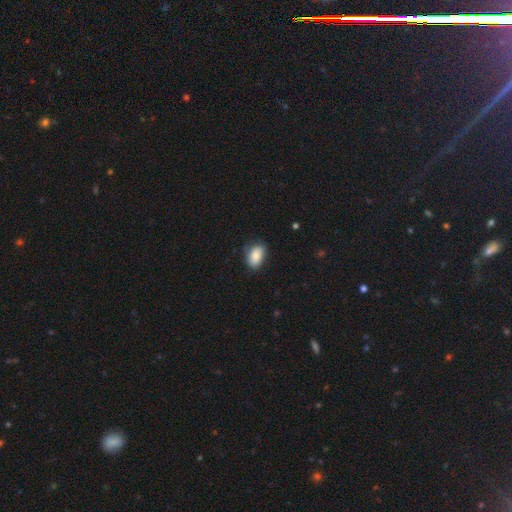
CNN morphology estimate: A smooth galaxy with no disk features (83%) that is in between round and cigar-shaped (89%). Merging: none (72%).